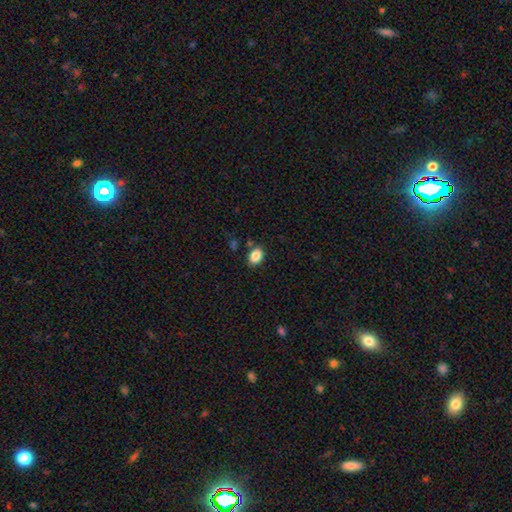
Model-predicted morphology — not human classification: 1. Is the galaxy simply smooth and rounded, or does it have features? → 87% smooth, 9% star or artifact, 5% featured or disk.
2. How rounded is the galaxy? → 77% in between, 22% round, 1% cigar-shaped.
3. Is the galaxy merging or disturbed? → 84% none, 10% minor disturbance, 3% merger, 3% major disturbance.